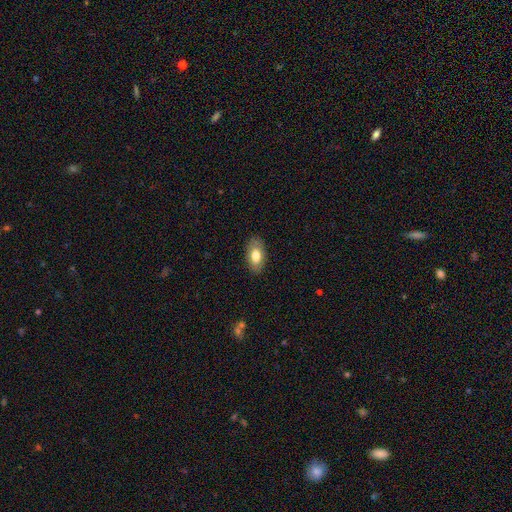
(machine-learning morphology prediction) The model was most divided on "smooth or featured": smooth: 75%, featured or disk: 19%, star or artifact: 6%. More confident: how rounded — in between (93%); merging — none (86%).